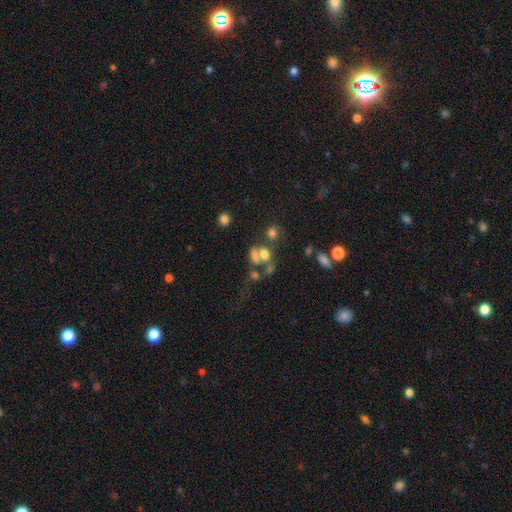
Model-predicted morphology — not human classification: smooth-or-featured: smooth: 56% | star or artifact: 22% | featured or disk: 21%
  how-rounded: in between: 55% | round: 42% | cigar-shaped: 3%
  merging: merger: 43% | none: 30% | major disturbance: 16% | minor disturbance: 12%